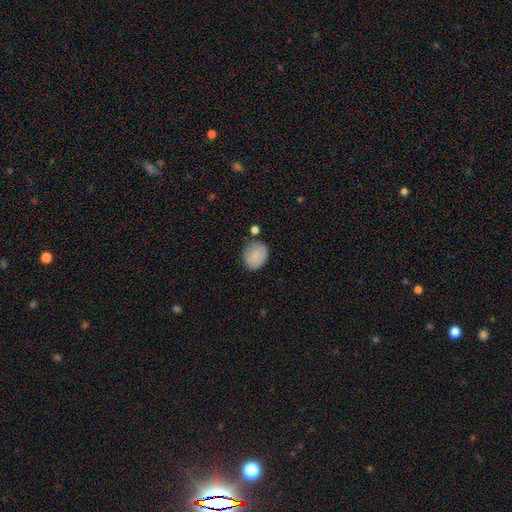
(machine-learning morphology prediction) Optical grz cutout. It shows a smooth galaxy with no disk features (85%) that is round (58%). Merging: none (71%).